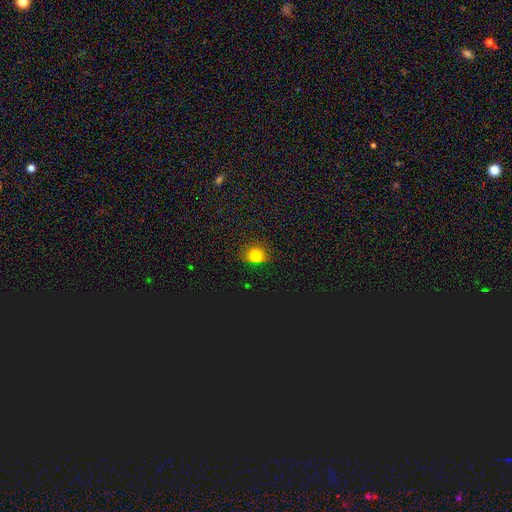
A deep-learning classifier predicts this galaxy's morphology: smooth 76%, star or artifact 18%, featured or disk 6%. Down the decision tree: how rounded — round (62%); merging — none (76%).